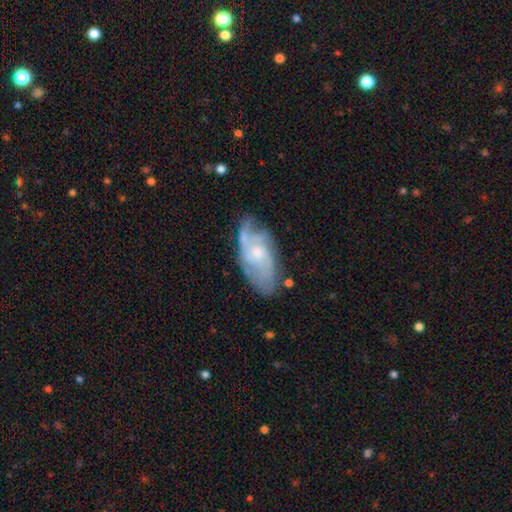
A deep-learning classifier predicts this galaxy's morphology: A featured or disk galaxy (70%) with no bar (65%), medium (40%, tied with tight) spiral arms (88%) and a small central bulge (50%).

Vote fractions:
- Smooth or featured? featured or disk: 70% / smooth: 22% / star or artifact: 9%
- Edge-on disk? no: 91% / yes: 9%
- Bar? no: 65% / weak: 30% / strong: 5%
- Spiral arms? yes: 88% / no: 12%
- Spiral winding? medium: 40% (tied) / tight: 40% (tied) / loose: 19%
- Spiral arm count? can't tell: 38% / 2: 29% / 3: 17% / 4: 7% / 1: 5% / more than 4: 4%
- Bulge size? small: 50% / moderate: 39% / none: 7% / large: 3% / dominant: 1%
- Merging? none: 70% / minor disturbance: 21% / major disturbance: 7% / merger: 2%